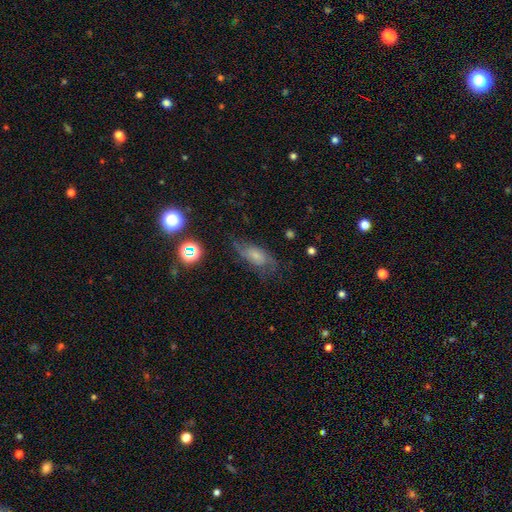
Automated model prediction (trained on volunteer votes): smooth-or-featured: featured or disk: 46% | smooth: 41% | star or artifact: 13%
  merging: none: 58% | minor disturbance: 24% | major disturbance: 16% | merger: 2%